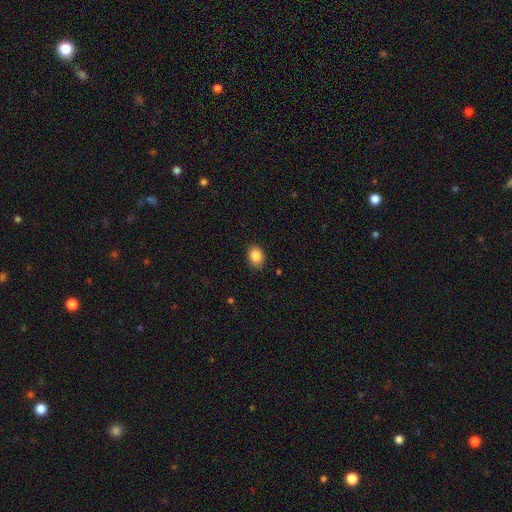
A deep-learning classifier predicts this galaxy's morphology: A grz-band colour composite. It shows a smooth galaxy with no disk features (87%) that is in between round and cigar-shaped (67%). Merging: none (85%).